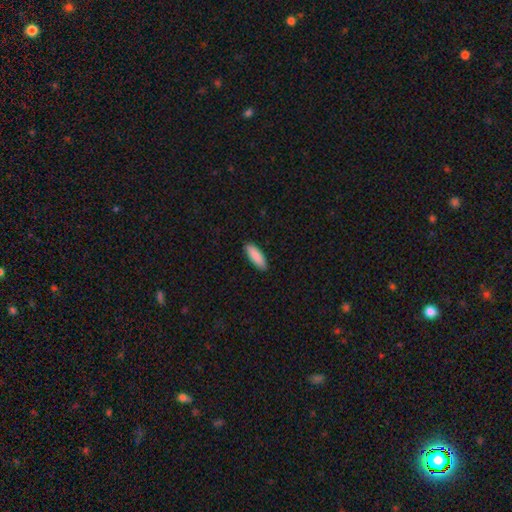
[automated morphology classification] type=smooth (89%); roundness=in between (60%); merging=none (90%).